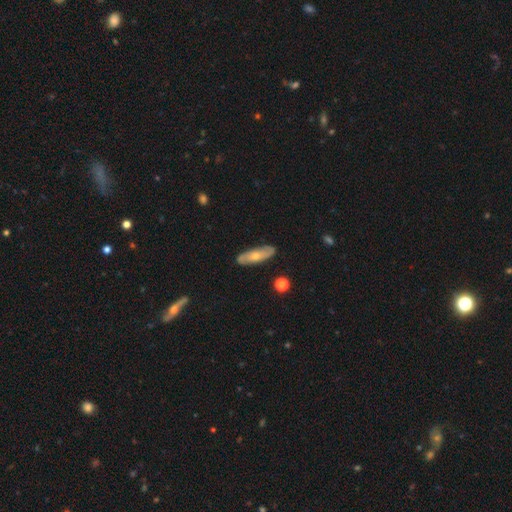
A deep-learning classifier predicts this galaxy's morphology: Overall: smooth (49%; featured or disk 44%). Merging: none (85%).